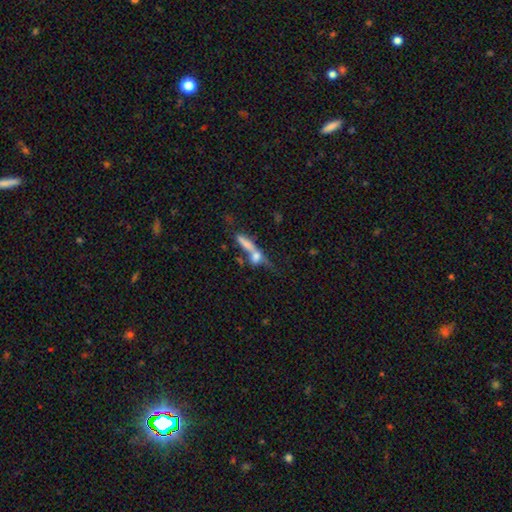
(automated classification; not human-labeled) smooth-or-featured: smooth: 56% | featured or disk: 32% | star or artifact: 12%
  how-rounded: cigar-shaped: 51% | in between: 35% | round: 14%
  merging: merger: 52% | none: 28% | major disturbance: 11% | minor disturbance: 10%